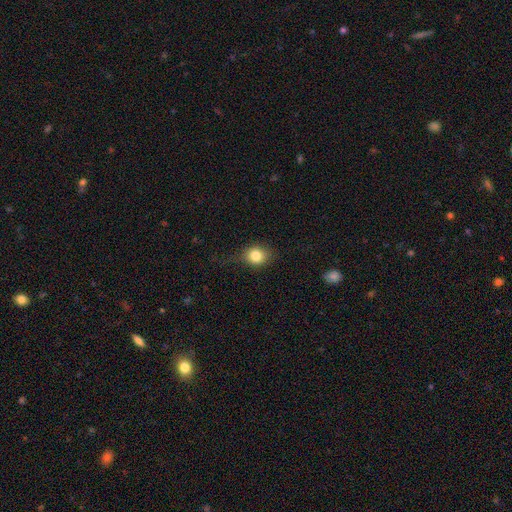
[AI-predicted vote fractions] smooth-or-featured: smooth: 81% | star or artifact: 11% | featured or disk: 9%
  how-rounded: round: 67% | in between: 32% | cigar-shaped: 1%
  merging: none: 65% | minor disturbance: 24% | major disturbance: 10% | merger: 2%